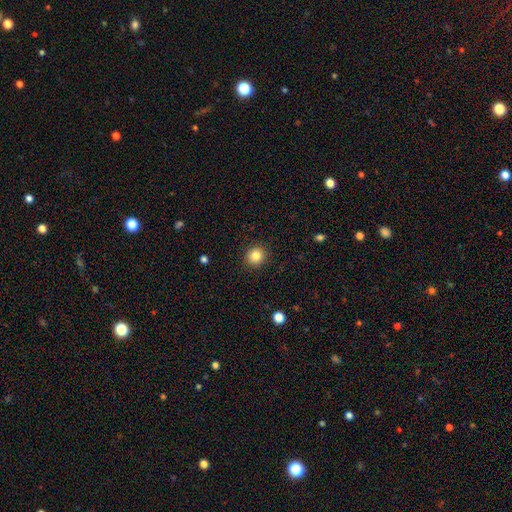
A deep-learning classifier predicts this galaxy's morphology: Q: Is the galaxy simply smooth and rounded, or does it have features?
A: smooth — 84%.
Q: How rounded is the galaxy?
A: round — 87%.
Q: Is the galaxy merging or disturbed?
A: none — 91%.